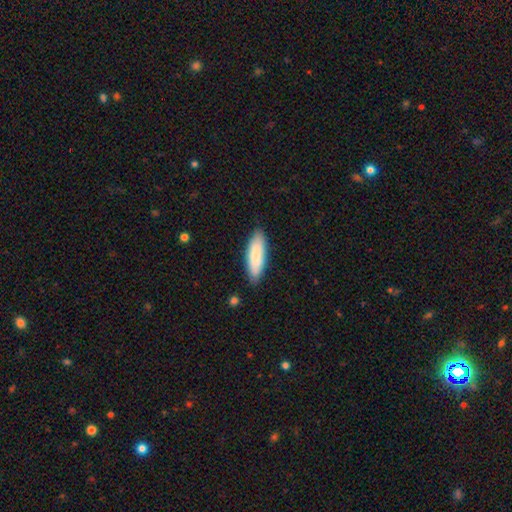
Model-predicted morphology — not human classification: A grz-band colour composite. It shows a smooth galaxy with no disk features (80%) that is in between round and cigar-shaped (57%). Merging: none (84%).